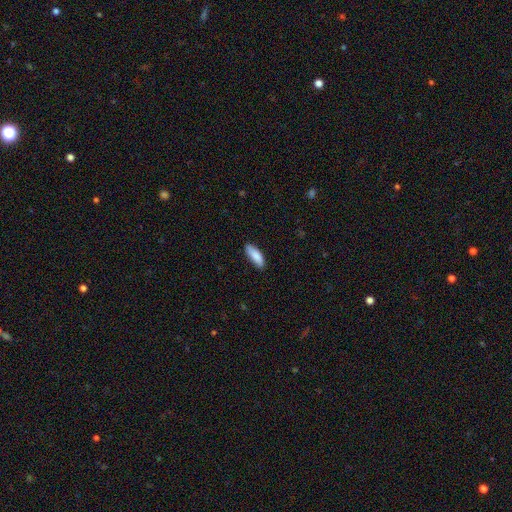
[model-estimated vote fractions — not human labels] A smooth galaxy with no disk features (87%) that is in between round and cigar-shaped (68%). Merging: none (83%).